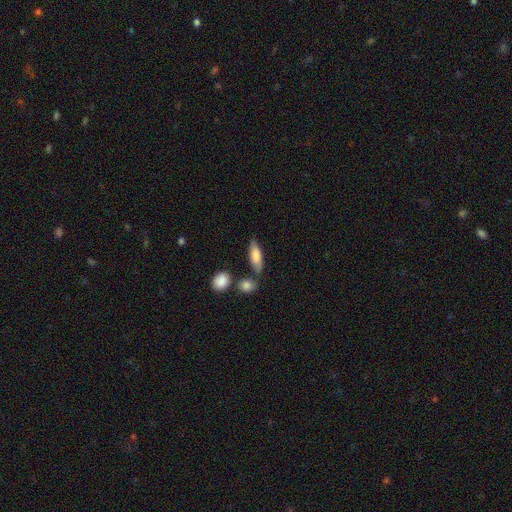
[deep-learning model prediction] Q: Smooth or featured?
A: smooth (75%); runner-up: featured or disk (18%)
Q: How rounded?
A: in between (67%); runner-up: cigar-shaped (30%)
Q: Merging?
A: none (67%); runner-up: minor disturbance (18%)